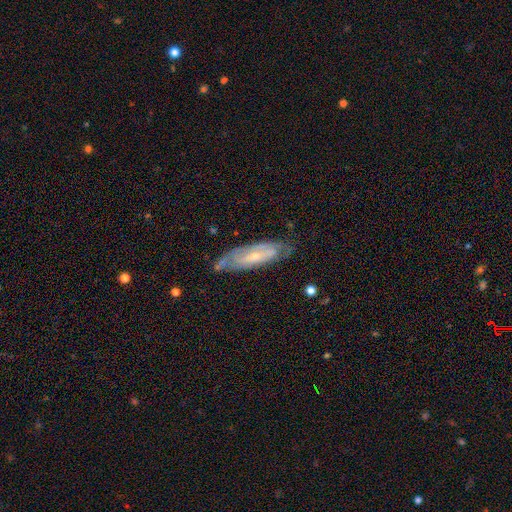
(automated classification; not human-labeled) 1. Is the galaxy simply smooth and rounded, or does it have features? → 68% featured or disk, 25% smooth, 7% star or artifact.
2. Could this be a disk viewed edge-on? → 73% no, 27% yes.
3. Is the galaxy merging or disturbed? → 68% none, 23% minor disturbance, 7% major disturbance, 2% merger.